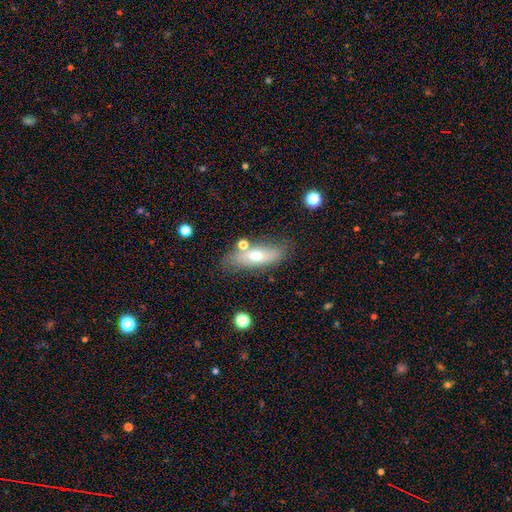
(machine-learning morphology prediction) Smooth or featured? smooth (56%)
How rounded? in between (64%)
Merging? none (69%)